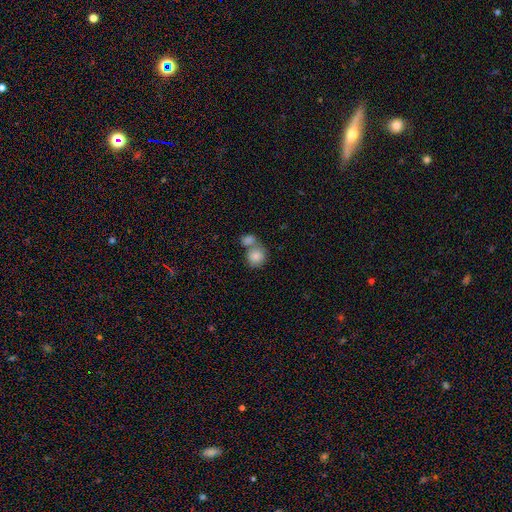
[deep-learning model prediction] Overall: smooth (83%). How rounded: round (79%). Merging: merger (55%; none 34%).